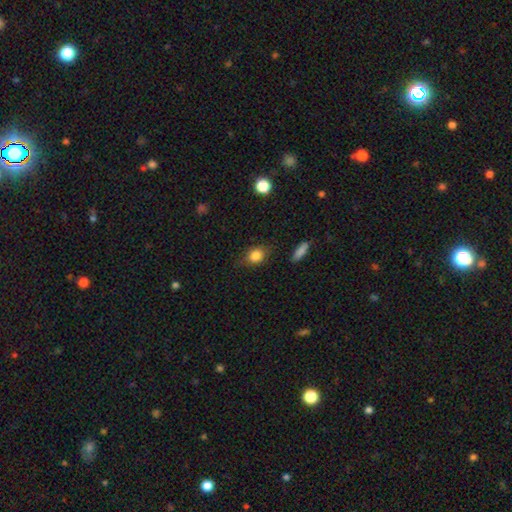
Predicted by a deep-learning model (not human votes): Morphology: type=smooth (83%); roundness=in between (50%); merging=none (78%).